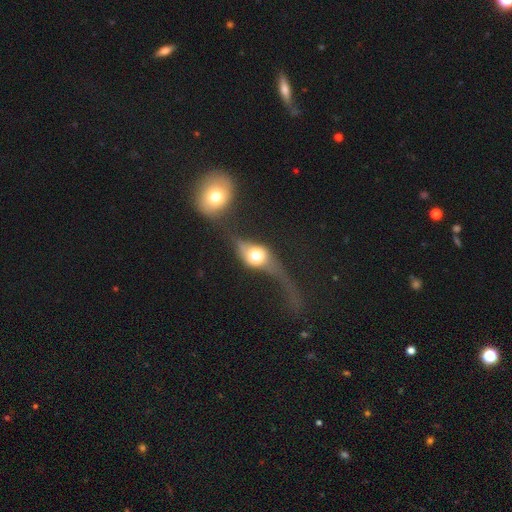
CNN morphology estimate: Smooth or featured? featured or disk (50%)
Merging? major disturbance (39%)